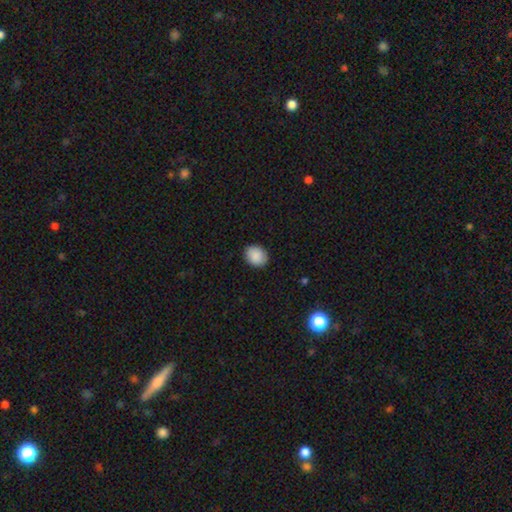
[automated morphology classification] Smooth or featured: smooth — 89% (star or artifact — 7%)
How rounded: round — 57% (in between — 42%)
Merging: none — 88% (minor disturbance — 9%)